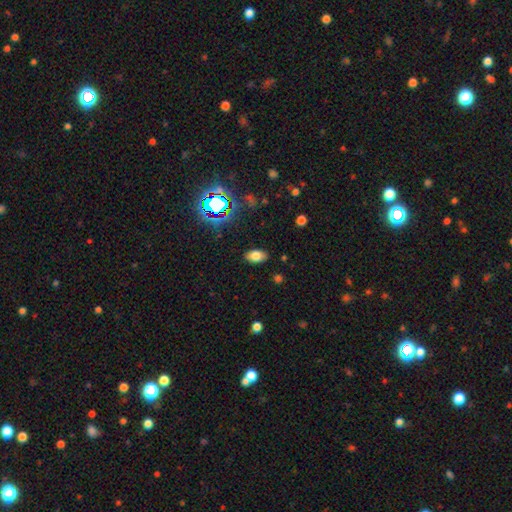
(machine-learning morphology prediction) smooth 74%, star or artifact 15%, featured or disk 11%. Down the decision tree: how rounded — in between (90%); merging — none (85%).